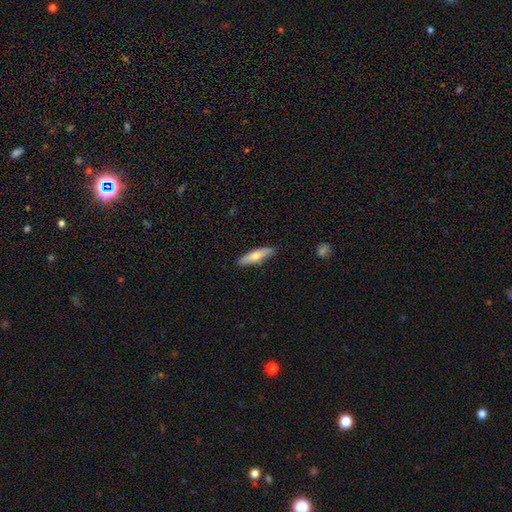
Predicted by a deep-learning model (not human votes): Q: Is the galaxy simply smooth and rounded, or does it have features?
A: smooth — 62%.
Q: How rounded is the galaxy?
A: cigar-shaped — 73%.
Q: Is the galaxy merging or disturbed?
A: none — 87%.